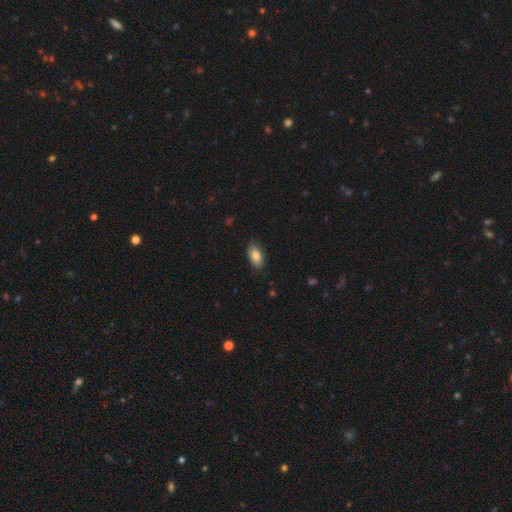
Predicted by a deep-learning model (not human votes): smooth 83%, featured or disk 10%, star or artifact 7%. Down the decision tree: how rounded — in between (92%); merging — none (84%).